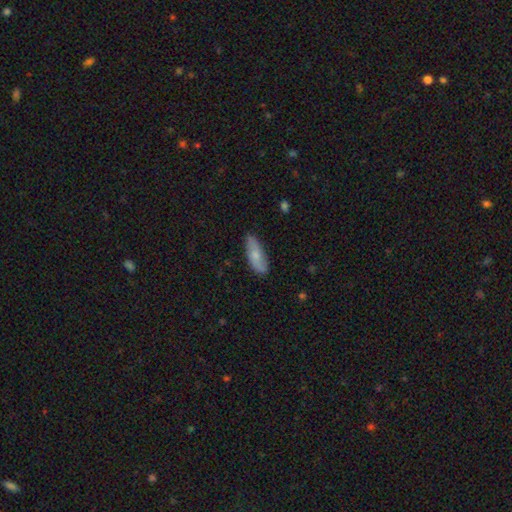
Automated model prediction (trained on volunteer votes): Smooth or featured? Predicted: smooth (p=0.68). How rounded? Predicted: in between (p=0.65). Merging? Predicted: none (p=0.80).